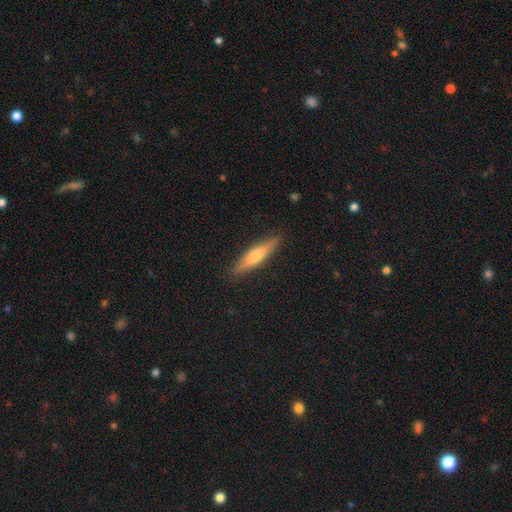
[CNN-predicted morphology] Smooth or featured: featured or disk — 47% (smooth — 46%)
Merging: none — 90% (minor disturbance — 7%)